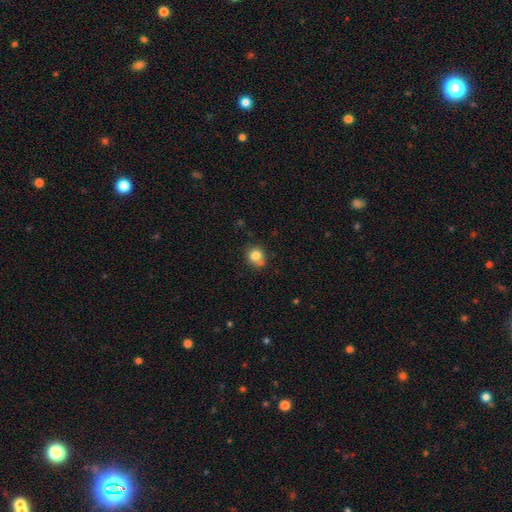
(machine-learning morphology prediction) A smooth galaxy with no disk features (80%) that is round (77%).

Vote fractions:
- Smooth or featured? smooth: 80% / star or artifact: 11% / featured or disk: 9%
- How rounded? round: 77% / in between: 22% / cigar-shaped: 1%
- Merging? none: 65% / minor disturbance: 19% / merger: 11% / major disturbance: 5%